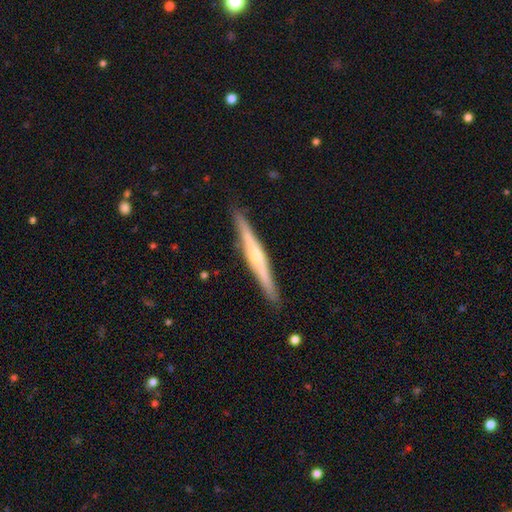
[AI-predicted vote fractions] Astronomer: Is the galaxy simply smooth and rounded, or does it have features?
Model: featured or disk — 72%.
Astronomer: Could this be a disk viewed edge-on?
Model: yes — 97%.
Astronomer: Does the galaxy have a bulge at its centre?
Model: rounded — 75%.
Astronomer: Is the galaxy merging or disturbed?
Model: none — 90%.